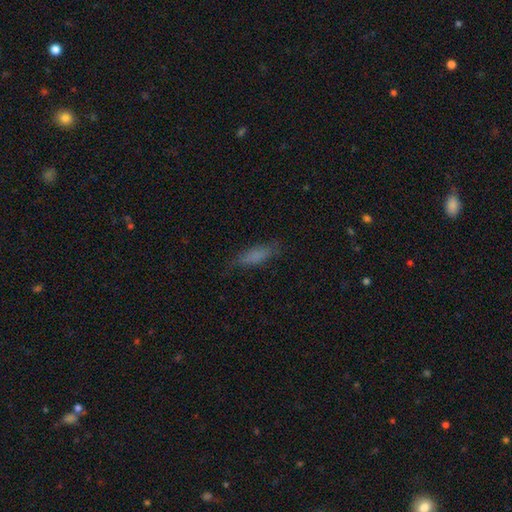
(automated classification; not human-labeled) Smooth or featured: smooth — 76% (featured or disk — 14%)
How rounded: cigar-shaped — 53% (in between — 45%)
Merging: none — 73% (minor disturbance — 19%)